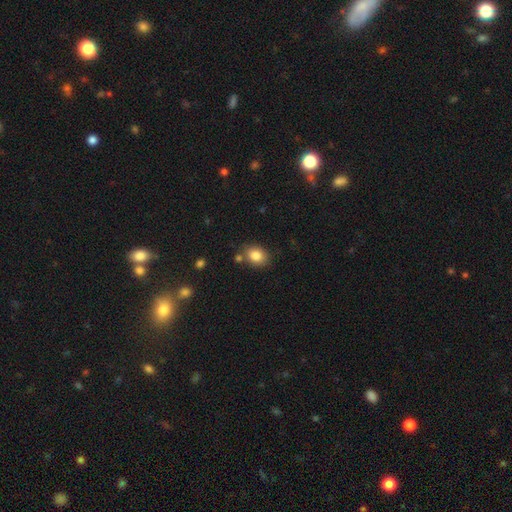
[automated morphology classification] The model was most divided on "how rounded": in between: 56%, round: 43%, cigar-shaped: 1%. More confident: smooth or featured — smooth (84%); merging — none (75%).